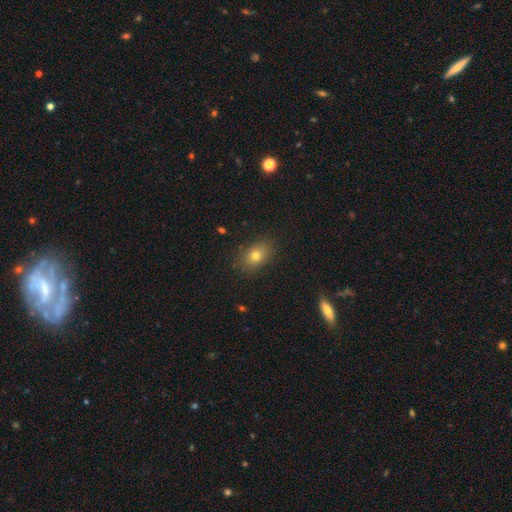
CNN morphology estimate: Smooth or featured? Predicted: smooth (p=0.75). How rounded? Predicted: in between (p=0.74). Merging? Predicted: none (p=0.86).